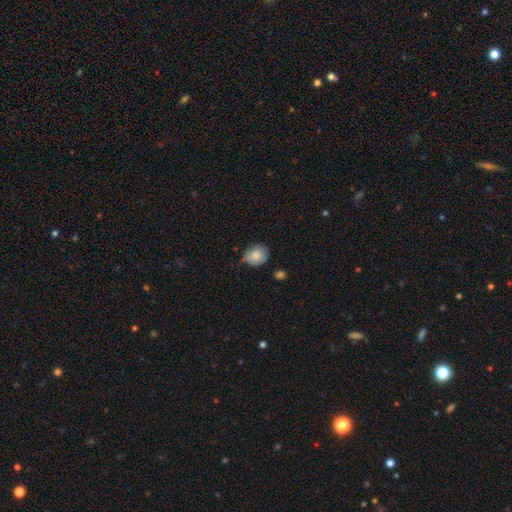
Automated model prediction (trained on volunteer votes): Overall: smooth (82%). How rounded: round (65%; in between 34%). Merging: none (66%; minor disturbance 27%).